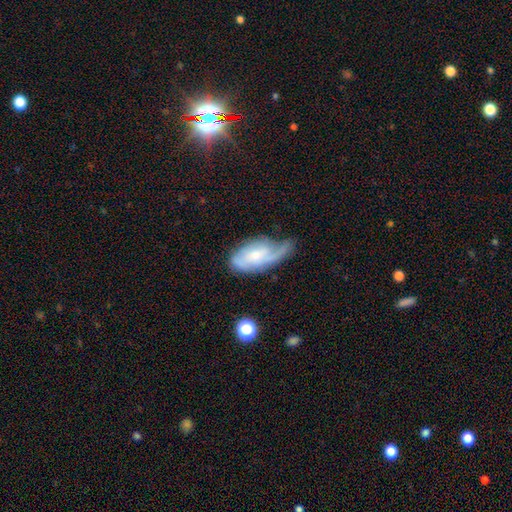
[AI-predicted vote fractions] smooth_or_featured: featured or disk (p=0.64) [alt: smooth p=0.29]
disk_edge_on: no (p=0.93) [alt: yes p=0.07]
bar: no (p=0.66) [alt: weak p=0.29]
has_spiral_arms: yes (p=0.84) [alt: no p=0.16]
bulge_size: small (p=0.60) [alt: moderate p=0.32]
merging: none (p=0.37) [alt: minor disturbance p=0.34]